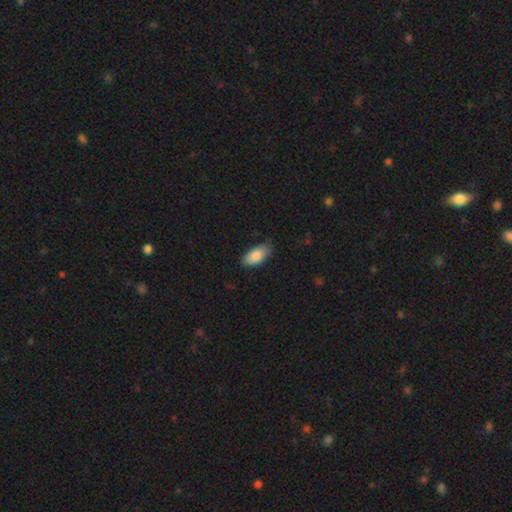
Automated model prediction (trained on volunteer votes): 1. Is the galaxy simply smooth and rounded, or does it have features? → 87% smooth, 7% featured or disk, 6% star or artifact.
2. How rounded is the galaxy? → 93% in between, 5% cigar-shaped, 2% round.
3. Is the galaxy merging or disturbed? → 72% none, 24% minor disturbance, 3% major disturbance, 1% merger.